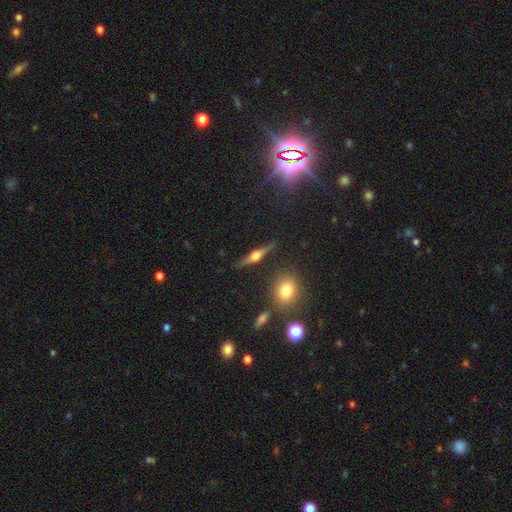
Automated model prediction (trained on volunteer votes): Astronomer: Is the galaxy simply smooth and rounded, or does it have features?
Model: featured or disk — 74%.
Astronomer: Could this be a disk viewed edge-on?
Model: yes — 96%.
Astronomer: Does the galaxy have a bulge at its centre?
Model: rounded — 92%.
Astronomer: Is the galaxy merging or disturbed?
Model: none — 86%.